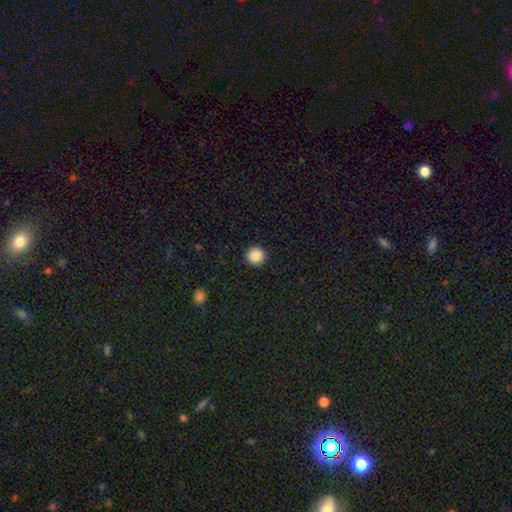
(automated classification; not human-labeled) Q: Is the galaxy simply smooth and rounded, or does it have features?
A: smooth — 88%.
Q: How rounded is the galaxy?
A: round — 95%.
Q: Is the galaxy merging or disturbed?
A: none — 93%.